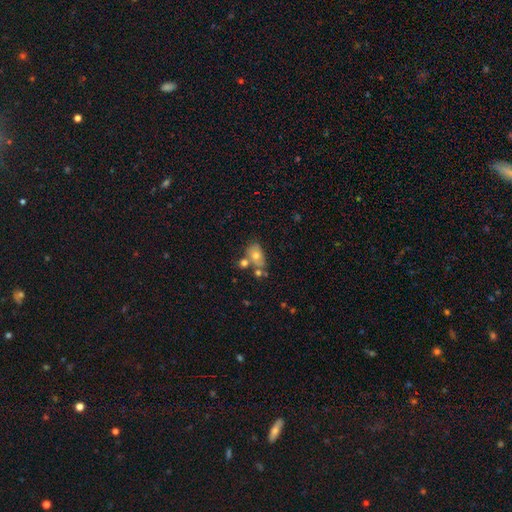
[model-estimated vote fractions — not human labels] smooth-or-featured: smooth: 66% | featured or disk: 24% | star or artifact: 10%
  how-rounded: in between: 82% | round: 16% | cigar-shaped: 2%
  merging: none: 45% | merger: 30% | minor disturbance: 18% | major disturbance: 7%